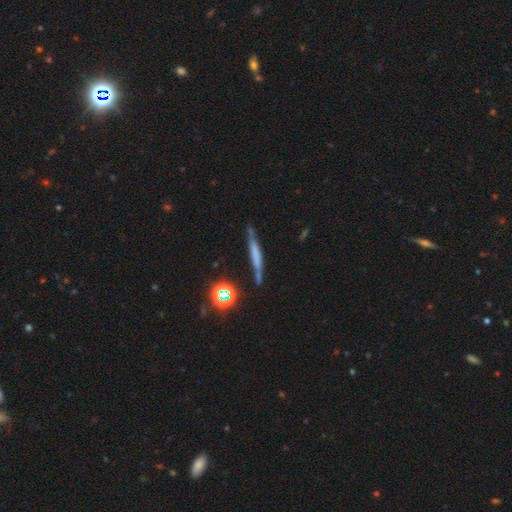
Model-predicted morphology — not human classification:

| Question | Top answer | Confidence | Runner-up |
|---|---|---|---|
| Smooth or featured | featured or disk | 44% | smooth (43%) |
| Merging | none | 75% | minor disturbance (17%) |